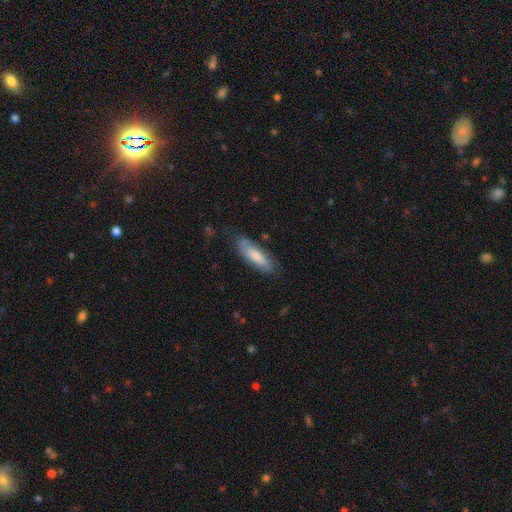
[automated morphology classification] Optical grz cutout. It shows a smooth galaxy with no disk features (67%) that is in between round and cigar-shaped (50%). Merging: none (66%).